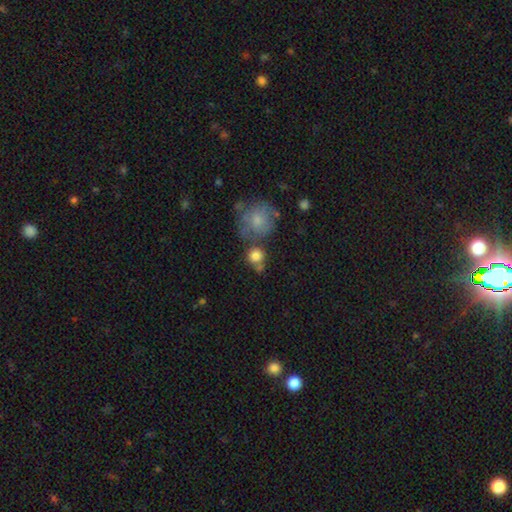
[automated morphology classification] Overall: smooth (81%). How rounded: round (89%). Merging: none (58%; merger 24%).